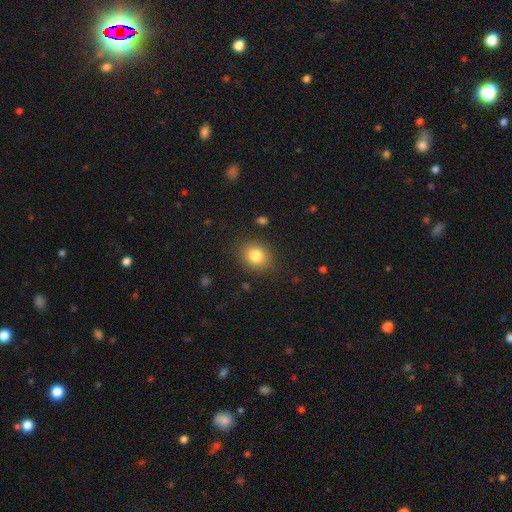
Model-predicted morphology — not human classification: Q: Smooth or featured?
A: smooth (82%); runner-up: star or artifact (11%)
Q: How rounded?
A: round (68%); runner-up: in between (31%)
Q: Merging?
A: none (87%); runner-up: minor disturbance (9%)